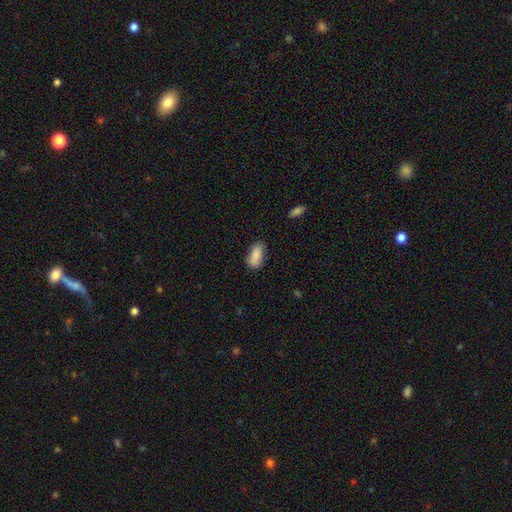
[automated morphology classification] type=smooth (87%); roundness=in between (86%); merging=none (76%).